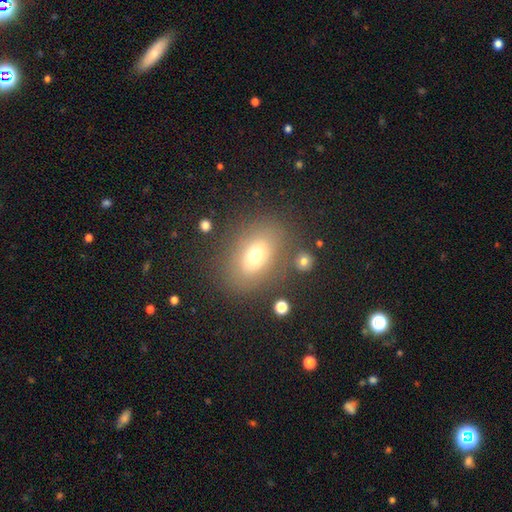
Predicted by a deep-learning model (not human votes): Smooth or featured?
  - smooth: 67% *
  - featured or disk: 20%
  - star or artifact: 12%
How rounded?
  - in between: 73% *
  - round: 25%
  - cigar-shaped: 2%
Merging?
  - none: 77% *
  - minor disturbance: 12%
  - major disturbance: 6%
  - merger: 5%